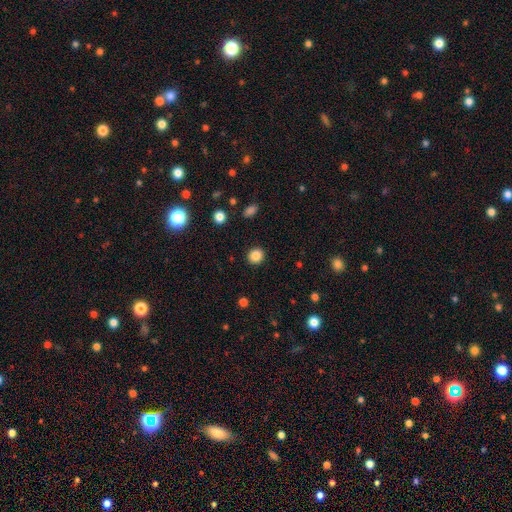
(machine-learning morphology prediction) A smooth galaxy with no disk features (86%) that is round (88%). Merging: none (91%).